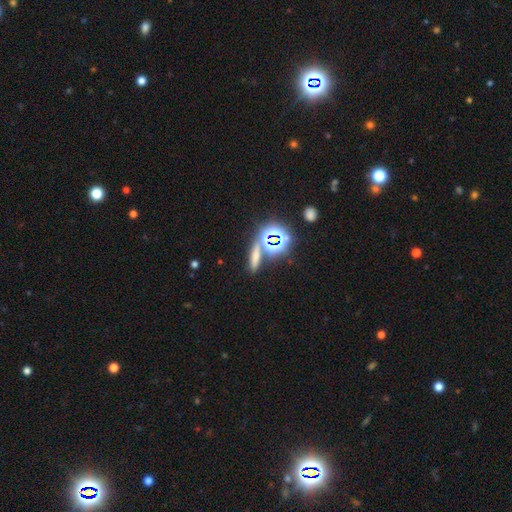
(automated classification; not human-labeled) smooth 53%, star or artifact 33%, featured or disk 14%. Down the decision tree: how rounded — cigar-shaped (61%); merging — none (72%).